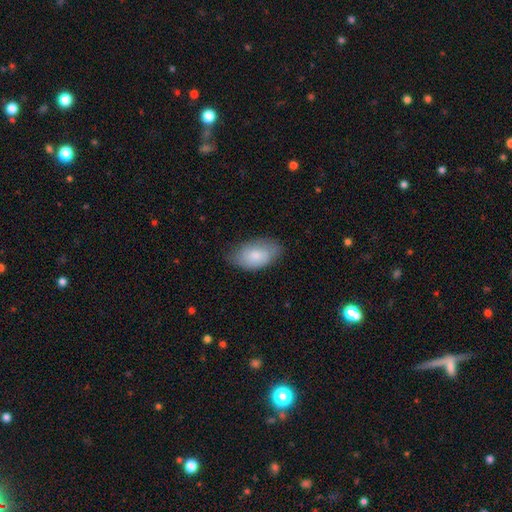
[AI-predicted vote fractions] smooth_or_featured: smooth (p=0.76) [alt: featured or disk p=0.18]
how_rounded: in between (p=0.93) [alt: round p=0.05]
merging: none (p=0.68) [alt: minor disturbance p=0.26]